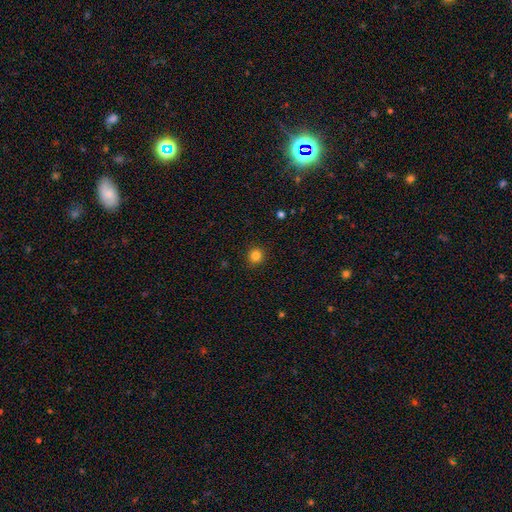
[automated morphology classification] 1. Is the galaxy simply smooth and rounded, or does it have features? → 83% smooth, 13% star or artifact, 4% featured or disk.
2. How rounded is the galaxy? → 92% round, 7% in between, 1% cigar-shaped.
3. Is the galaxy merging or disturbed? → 91% none, 6% minor disturbance, 2% major disturbance, 1% merger.